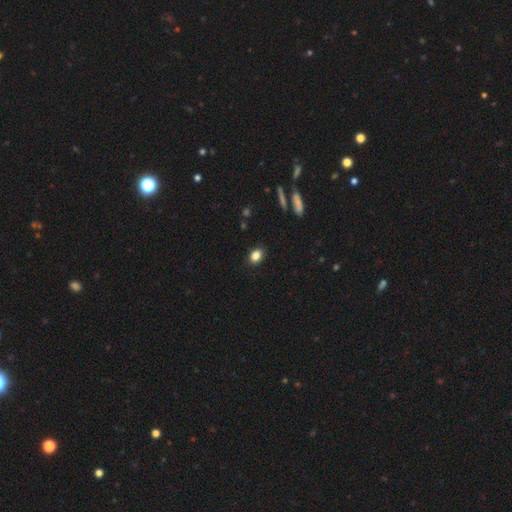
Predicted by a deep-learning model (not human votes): Q: Smooth or featured?
A: smooth (85%); runner-up: star or artifact (10%)
Q: How rounded?
A: in between (68%); runner-up: round (30%)
Q: Merging?
A: none (88%); runner-up: minor disturbance (9%)